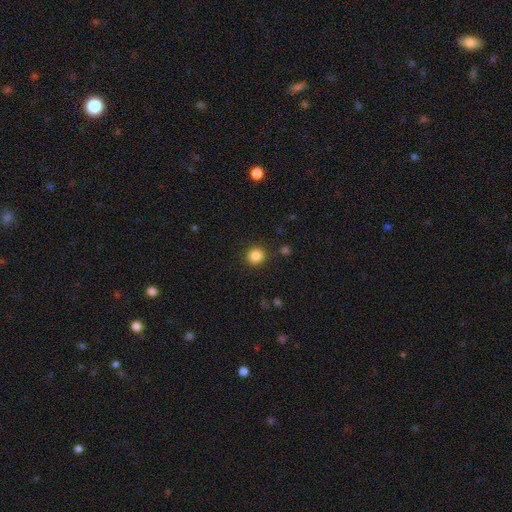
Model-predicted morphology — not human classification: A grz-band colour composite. It shows a smooth galaxy with no disk features (85%) that is round (90%). Merging: none (90%).